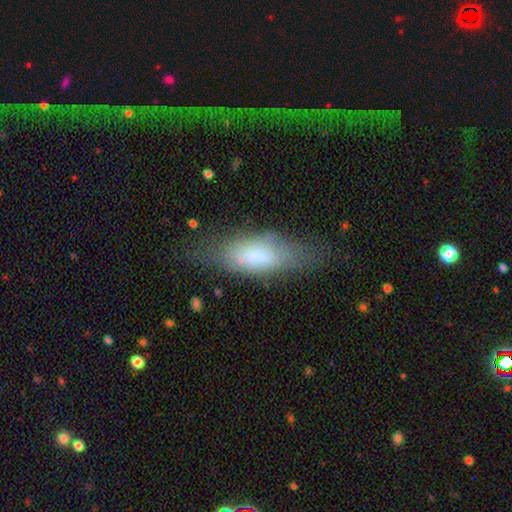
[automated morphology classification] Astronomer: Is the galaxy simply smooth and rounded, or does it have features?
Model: smooth — 68%.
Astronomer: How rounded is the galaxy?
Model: in between — 66%.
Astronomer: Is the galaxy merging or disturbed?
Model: none — 61%.